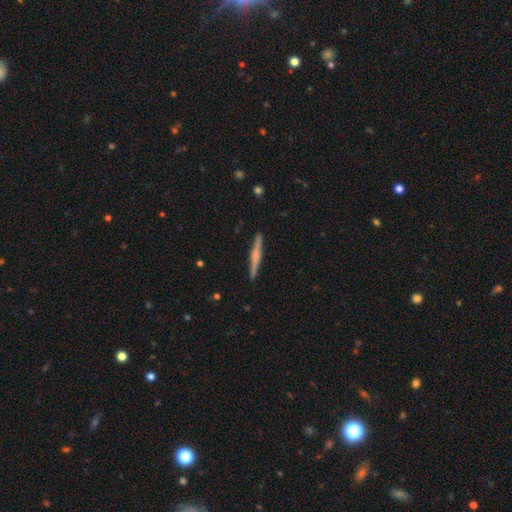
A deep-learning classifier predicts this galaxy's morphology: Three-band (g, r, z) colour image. It shows a featured or disk galaxy (64%) viewed edge-on (98%) with a rounded central bulge (72%). Merging: none (92%).